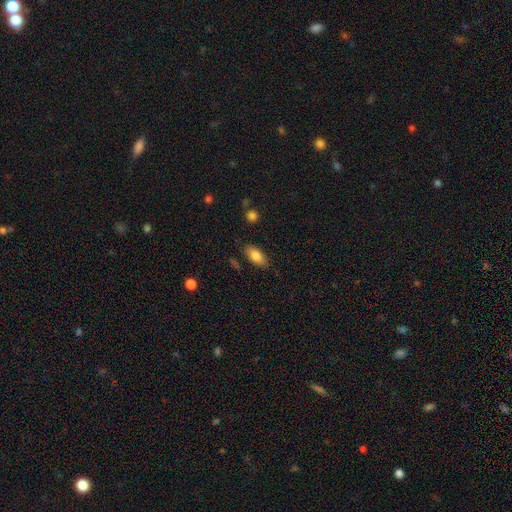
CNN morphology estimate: This is clearly a smooth galaxy (81%). How rounded: clearly in between (88%). Merging: clearly none (83%).